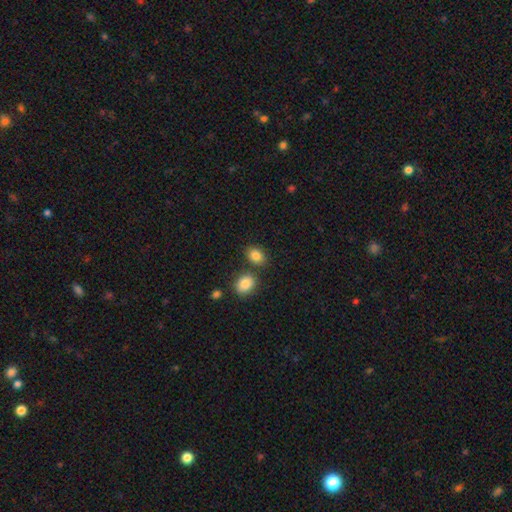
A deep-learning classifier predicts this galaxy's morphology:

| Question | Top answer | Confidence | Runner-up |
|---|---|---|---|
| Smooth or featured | smooth | 84% | star or artifact (9%) |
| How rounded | in between | 66% | round (33%) |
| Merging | none | 71% | merger (16%) |